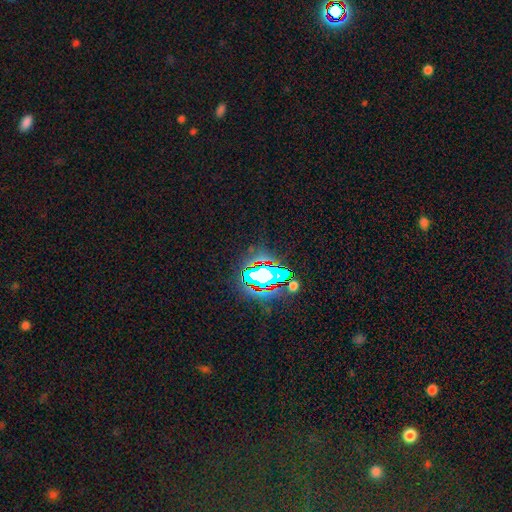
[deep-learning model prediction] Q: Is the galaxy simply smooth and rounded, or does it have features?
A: star or artifact — 82%.